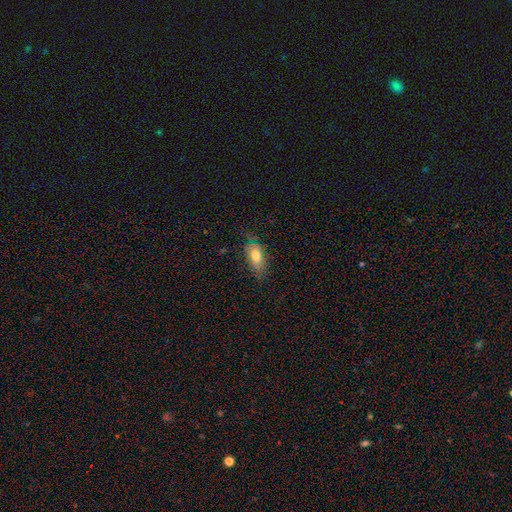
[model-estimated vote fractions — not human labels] Smooth or featured? Predicted: smooth (p=0.75). How rounded? Predicted: in between (p=0.85). Merging? Predicted: none (p=0.69).